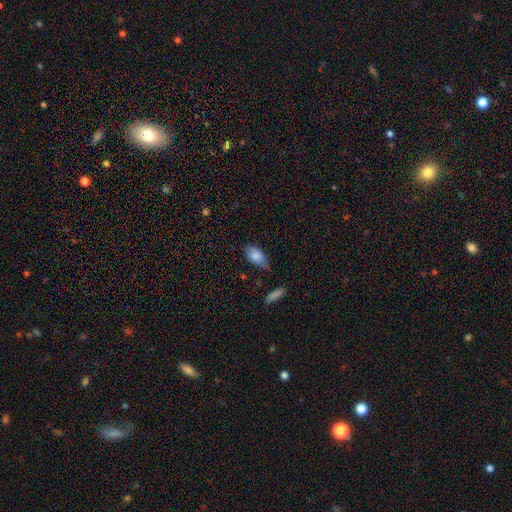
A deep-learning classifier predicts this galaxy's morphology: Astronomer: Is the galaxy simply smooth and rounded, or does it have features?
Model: smooth — 83%.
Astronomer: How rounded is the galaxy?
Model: in between — 90%.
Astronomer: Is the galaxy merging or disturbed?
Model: none — 66%.